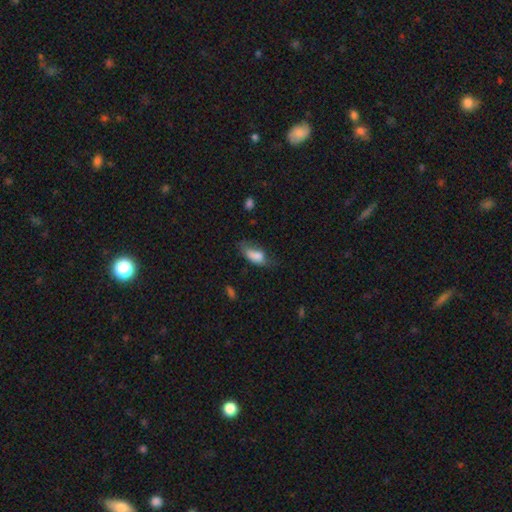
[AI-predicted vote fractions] This appears to be a smooth galaxy with no disk features (76%) that is in between round and cigar-shaped (85%). Merging: minor disturbance (35%).